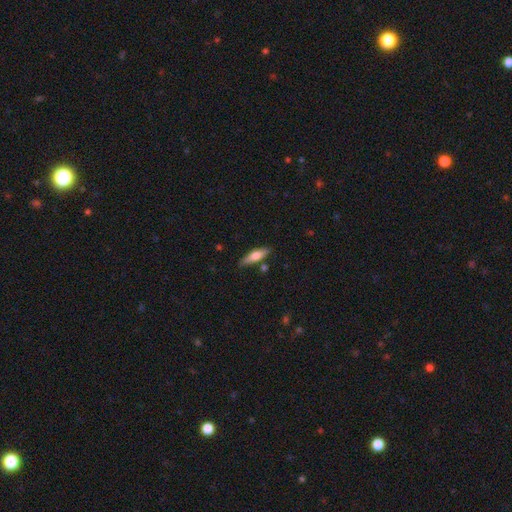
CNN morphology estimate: A smooth galaxy with no disk features (55%) that is cigar-shaped (66%). Merging: none (80%).